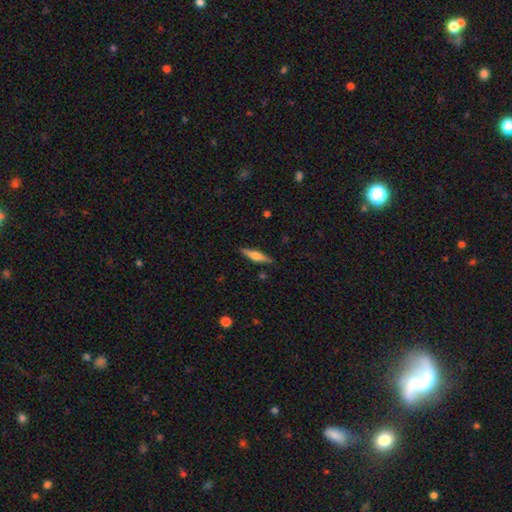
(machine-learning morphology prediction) Smooth or featured? featured or disk (56%)
Edge-on disk? yes (96%)
Edge-on bulge? rounded (84%)
Merging? none (88%)